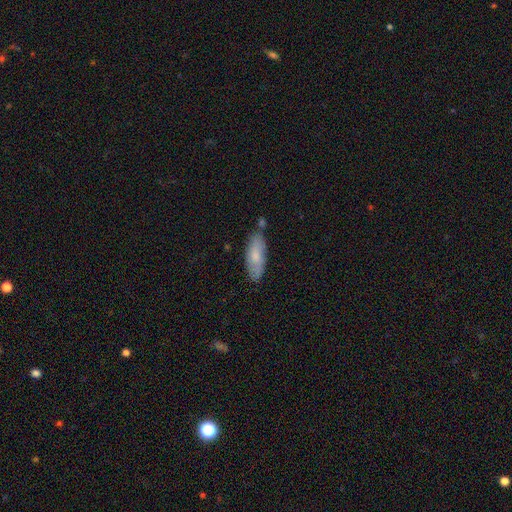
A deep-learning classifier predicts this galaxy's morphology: smooth-or-featured: smooth: 70% | featured or disk: 24% | star or artifact: 6%
  how-rounded: in between: 66% | cigar-shaped: 32% | round: 2%
  merging: none: 73% | minor disturbance: 18% | merger: 6% | major disturbance: 3%